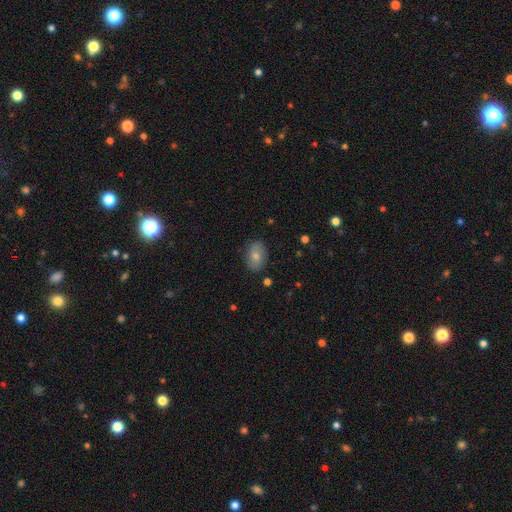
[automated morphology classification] smooth-or-featured: smooth: 74% | featured or disk: 17% | star or artifact: 8%
  how-rounded: in between: 85% | round: 13% | cigar-shaped: 2%
  merging: none: 84% | minor disturbance: 12% | major disturbance: 3% | merger: 1%